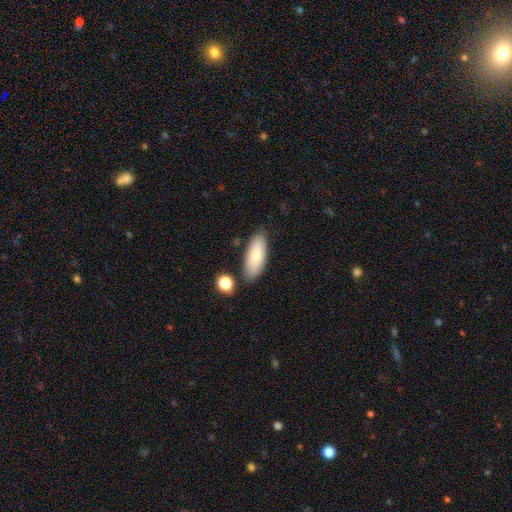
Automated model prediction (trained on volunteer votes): smooth 73%, featured or disk 21%, star or artifact 7%. Down the decision tree: how rounded — in between (81%); merging — none (79%).